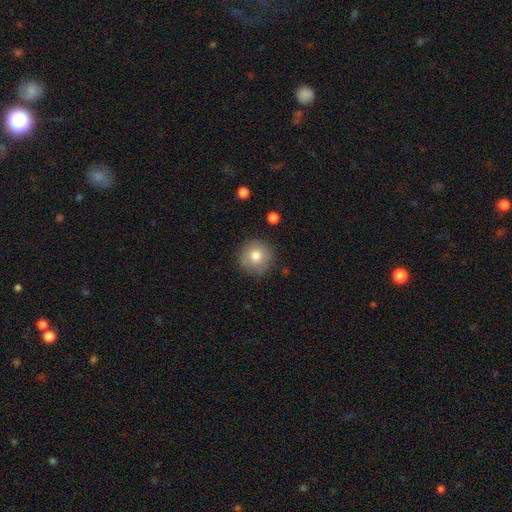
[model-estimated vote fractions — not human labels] smooth 78%, featured or disk 12%, star or artifact 10%. Down the decision tree: how rounded — round (95%); merging — none (87%).